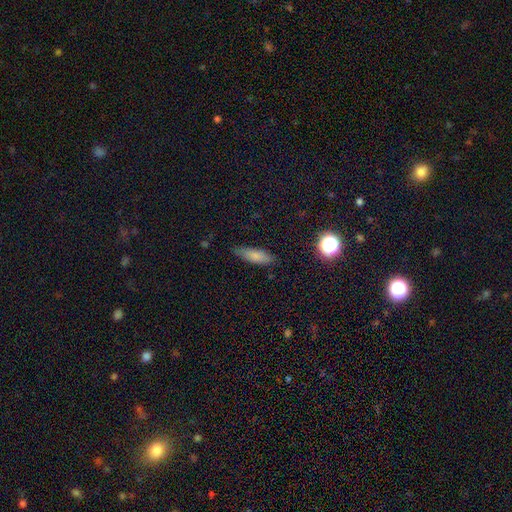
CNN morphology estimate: smooth_or_featured: smooth (p=0.76) [alt: featured or disk p=0.15]
how_rounded: in between (p=0.51) [alt: cigar-shaped p=0.46]
merging: none (p=0.79) [alt: minor disturbance p=0.16]